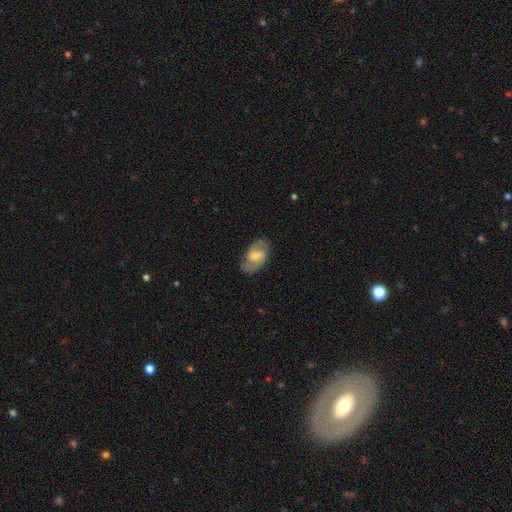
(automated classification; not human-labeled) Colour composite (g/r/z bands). It shows a featured or disk galaxy (69%) with a weak bar (52%), 2 (87%) medium (52%) spiral arms (90%) and a moderate central bulge (47%). Merging: none (79%).